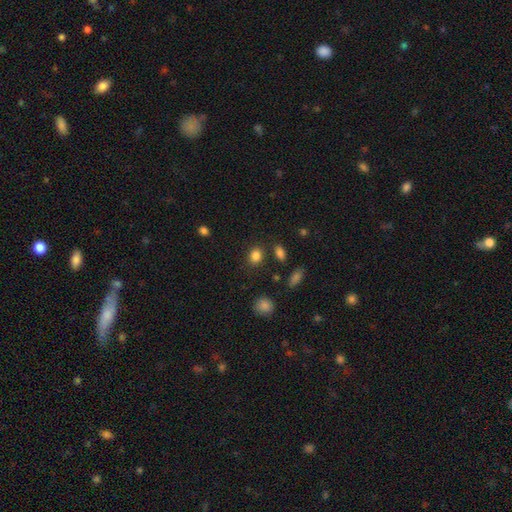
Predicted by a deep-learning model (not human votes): Smooth or featured? smooth (84%)
How rounded? round (50%)
Merging? none (81%)